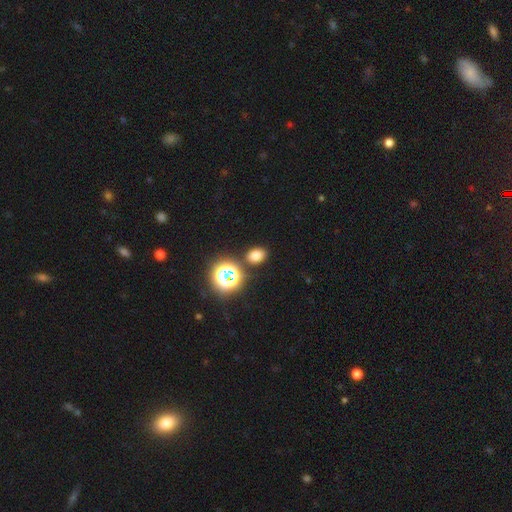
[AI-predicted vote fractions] smooth_or_featured: smooth (p=0.71) [alt: star or artifact p=0.23]
how_rounded: in between (p=0.60) [alt: round p=0.39]
merging: none (p=0.82) [alt: minor disturbance p=0.09]